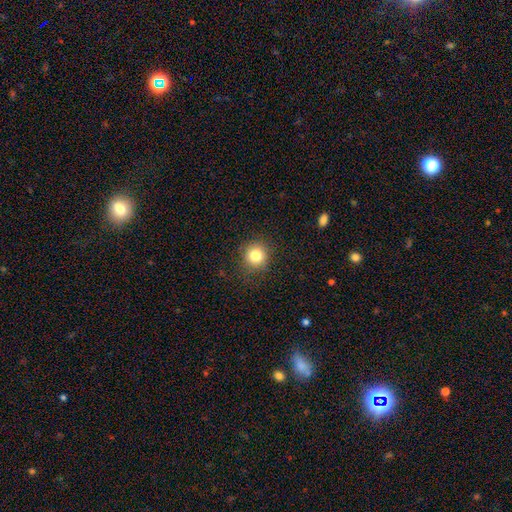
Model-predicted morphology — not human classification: type=smooth (82%); roundness=round (91%); merging=none (86%).